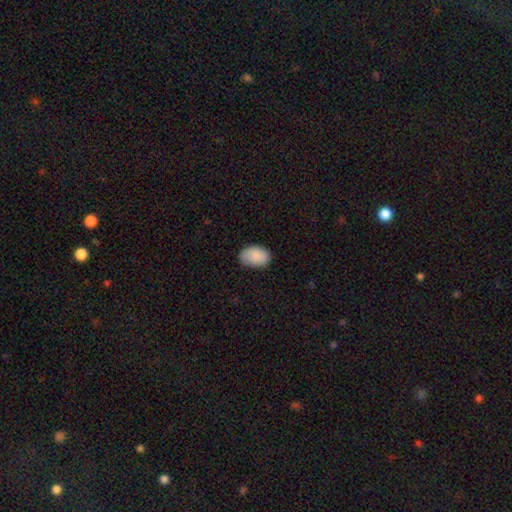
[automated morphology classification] smooth 89%, star or artifact 6%, featured or disk 5%. Down the decision tree: how rounded — in between (87%); merging — none (76%).